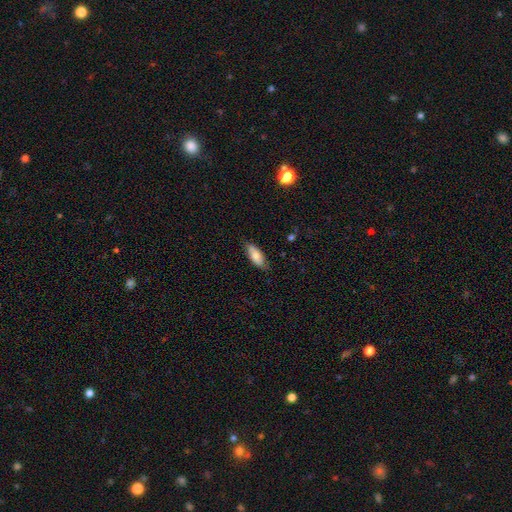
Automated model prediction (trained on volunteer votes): A smooth galaxy with no disk features (75%) that is in between round and cigar-shaped (80%). Merging: none (78%).